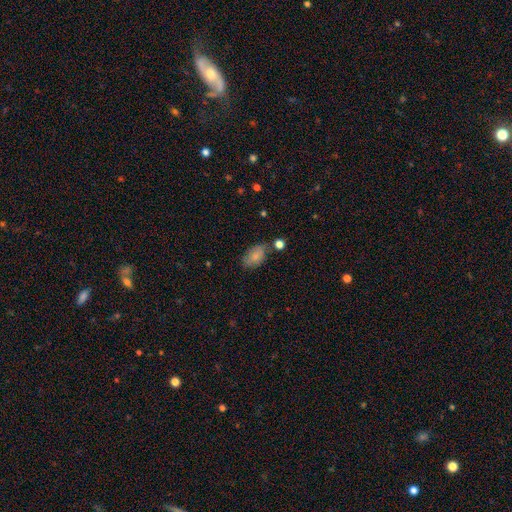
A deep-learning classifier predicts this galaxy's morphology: smooth_or_featured: smooth (p=0.80) [alt: featured or disk p=0.12]
how_rounded: in between (p=0.91) [alt: round p=0.07]
merging: none (p=0.67) [alt: minor disturbance p=0.21]